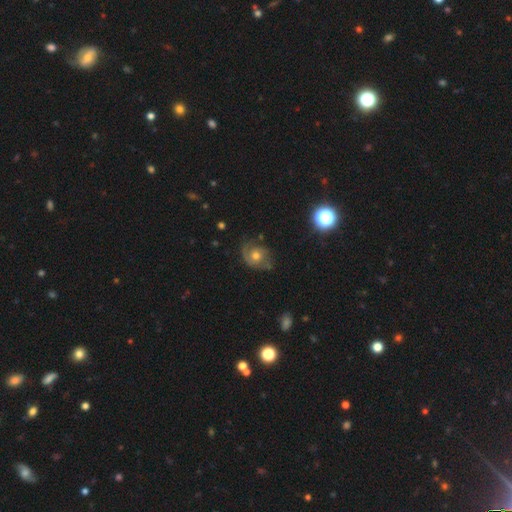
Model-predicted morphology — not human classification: Smooth or featured? featured or disk (63%)
Edge-on disk? no (97%)
Bar? no (79%)
Spiral arms? yes (84%)
Spiral winding? medium (42%)
Spiral arm count? 2 (61%)
Bulge size? moderate (70%)
Merging? none (62%)